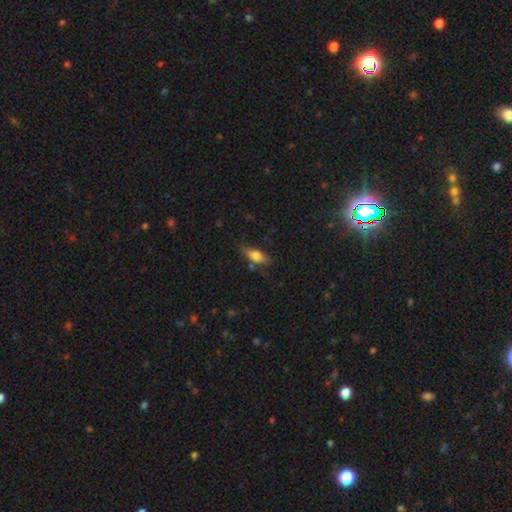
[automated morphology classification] Overall: smooth (72%). How rounded: in between (74%). Merging: none (66%).